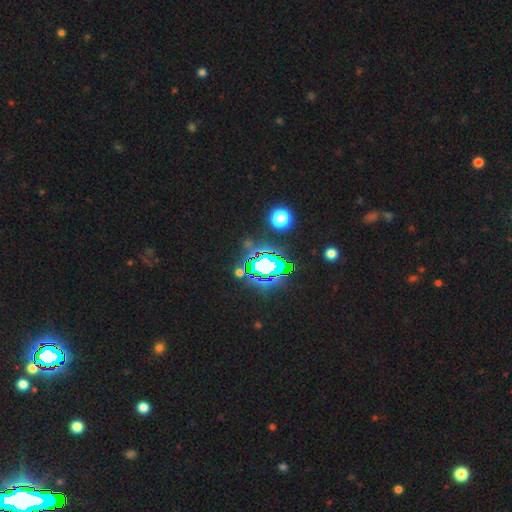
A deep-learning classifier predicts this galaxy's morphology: smooth-or-featured: star or artifact: 81% | smooth: 11% | featured or disk: 7%